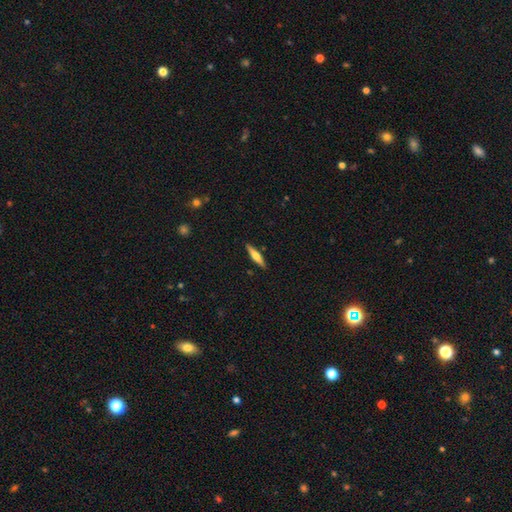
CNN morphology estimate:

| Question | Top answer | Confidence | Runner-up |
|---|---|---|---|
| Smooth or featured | featured or disk | 48% | smooth (46%) |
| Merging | none | 90% | minor disturbance (7%) |